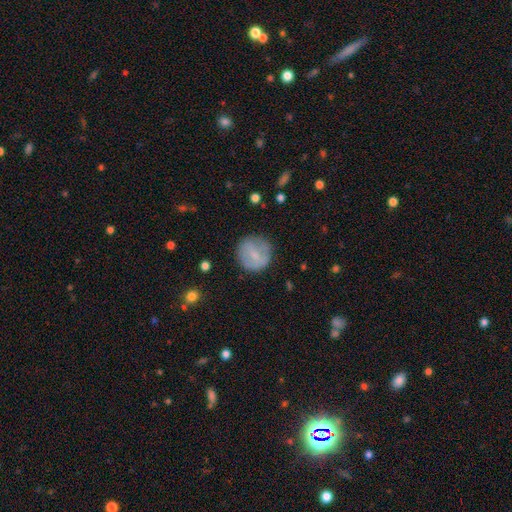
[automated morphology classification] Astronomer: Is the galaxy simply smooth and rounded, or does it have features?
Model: smooth — 63%.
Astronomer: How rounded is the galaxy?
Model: round — 90%.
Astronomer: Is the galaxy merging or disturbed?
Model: none — 79%.